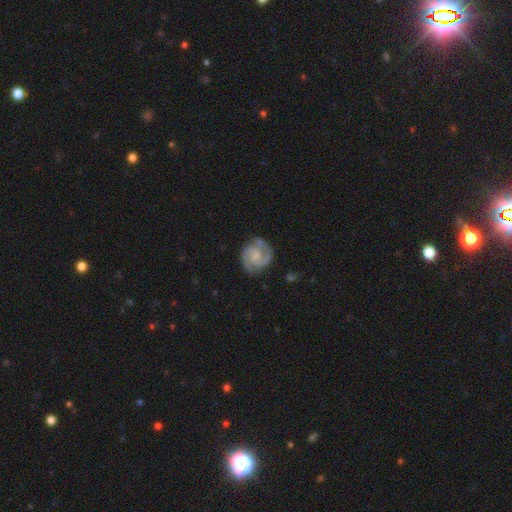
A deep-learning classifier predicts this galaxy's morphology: Smooth or featured?
  - featured or disk: 87% *
  - smooth: 9%
  - star or artifact: 5%
Edge-on disk?
  - no: 98% *
  - yes: 2%
Bar?
  - no: 54% *
  - weak: 39%
  - strong: 7%
Spiral arms?
  - yes: 98% *
  - no: 2%
Spiral winding?
  - medium: 46% * (tied)
  - tight: 46% * (tied)
  - loose: 8%
Spiral arm count?
  - 2: 89% *
  - 3: 4%
  - can't tell: 4%
  - 1: 2%
  - 4: 1%
  - more than 4: 1%
Bulge size?
  - small: 42% *
  - moderate: 34%
  - none: 20%
  - large: 3%
  - dominant: 1%
Merging?
  - none: 78% *
  - minor disturbance: 15%
  - major disturbance: 4%
  - merger: 2%